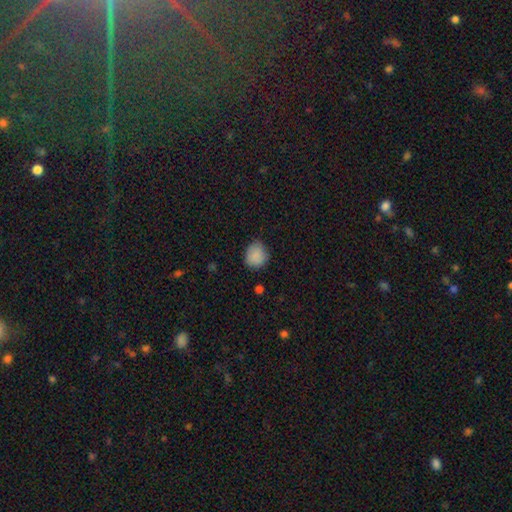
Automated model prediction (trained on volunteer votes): smooth_or_featured: smooth (p=0.87) [alt: star or artifact p=0.09]
how_rounded: round (p=0.73) [alt: in between p=0.26]
merging: none (p=0.74) [alt: minor disturbance p=0.21]